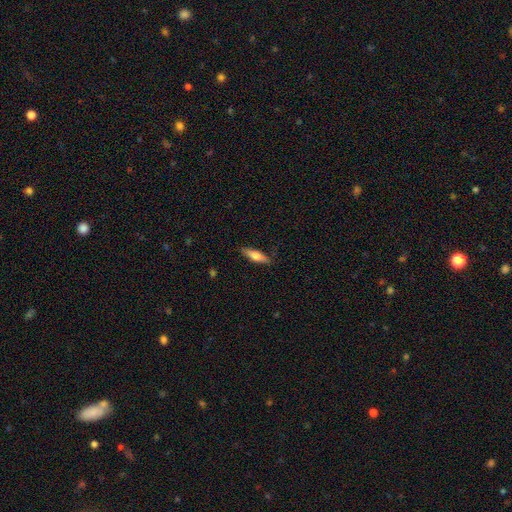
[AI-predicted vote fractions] Smooth or featured?
  - smooth: 65% *
  - featured or disk: 29%
  - star or artifact: 6%
How rounded?
  - cigar-shaped: 64% *
  - in between: 34%
  - round: 2%
Merging?
  - none: 84% *
  - minor disturbance: 13%
  - major disturbance: 3%
  - merger: 1%